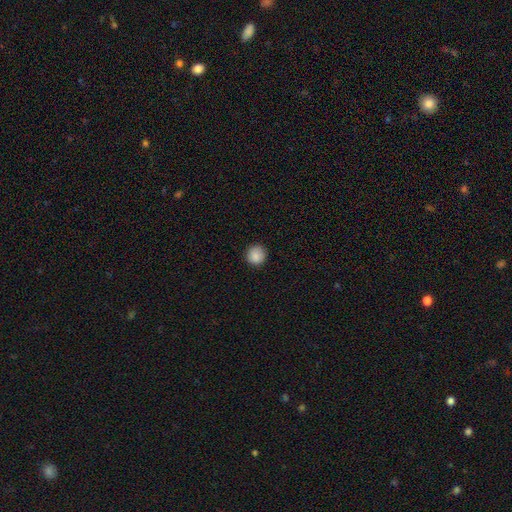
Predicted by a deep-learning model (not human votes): A smooth galaxy with no disk features (88%) that is round (94%).

Vote fractions:
- Smooth or featured? smooth: 88% / star or artifact: 9% / featured or disk: 3%
- How rounded? round: 94% / in between: 5% / cigar-shaped: 1%
- Merging? none: 91% / minor disturbance: 7% / major disturbance: 2% / merger: 1%